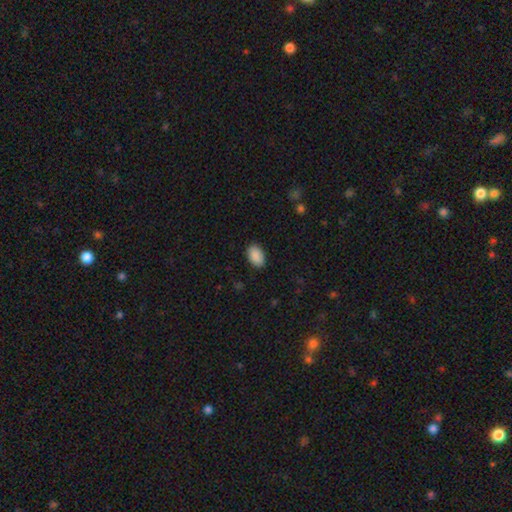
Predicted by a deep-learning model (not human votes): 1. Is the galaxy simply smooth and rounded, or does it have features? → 91% smooth, 7% star or artifact, 3% featured or disk.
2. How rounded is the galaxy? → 91% in between, 8% round, 1% cigar-shaped.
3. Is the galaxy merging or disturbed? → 88% none, 9% minor disturbance, 2% major disturbance, 1% merger.